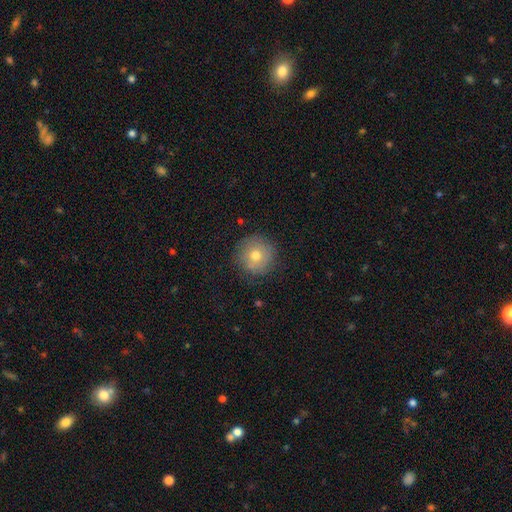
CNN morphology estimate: smooth_or_featured: smooth (p=0.68) [alt: featured or disk p=0.21]
how_rounded: round (p=0.95) [alt: in between p=0.04]
merging: none (p=0.84) [alt: minor disturbance p=0.12]